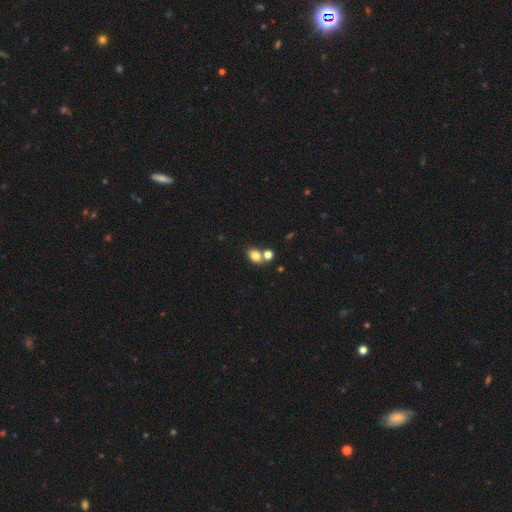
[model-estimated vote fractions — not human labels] smooth_or_featured: smooth (p=0.79) [alt: star or artifact p=0.12]
how_rounded: in between (p=0.68) [alt: round p=0.31]
merging: none (p=0.52) [alt: merger p=0.35]